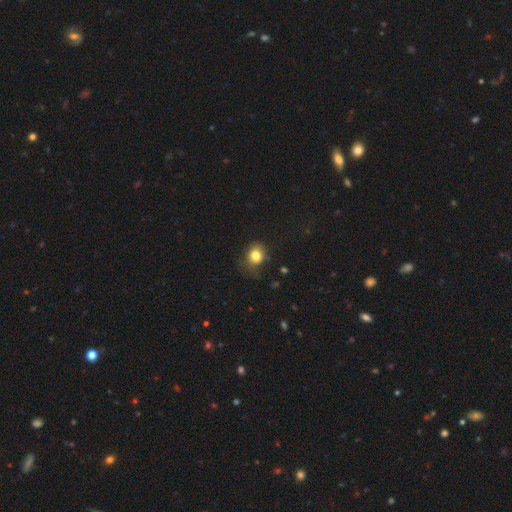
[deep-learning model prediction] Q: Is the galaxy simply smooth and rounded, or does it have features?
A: smooth — 81%.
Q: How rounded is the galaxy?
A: round — 64%.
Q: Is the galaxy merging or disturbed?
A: none — 61%.